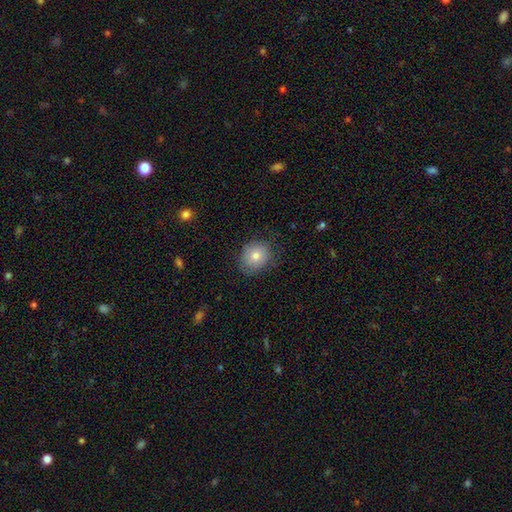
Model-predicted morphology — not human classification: A smooth galaxy with no disk features (78%) that is round (67%).

Vote fractions:
- Smooth or featured? smooth: 78% / featured or disk: 12% / star or artifact: 10%
- How rounded? round: 67% / in between: 32% / cigar-shaped: 1%
- Merging? none: 79% / minor disturbance: 16% / major disturbance: 4% / merger: 1%